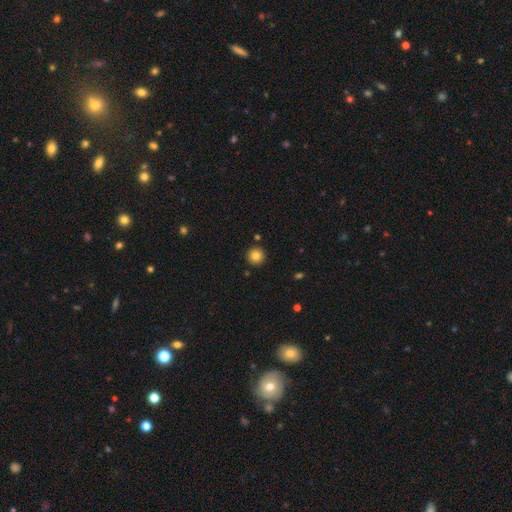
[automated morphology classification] This appears to be a smooth galaxy with no disk features (84%) that is round (96%). Merging: none (90%).